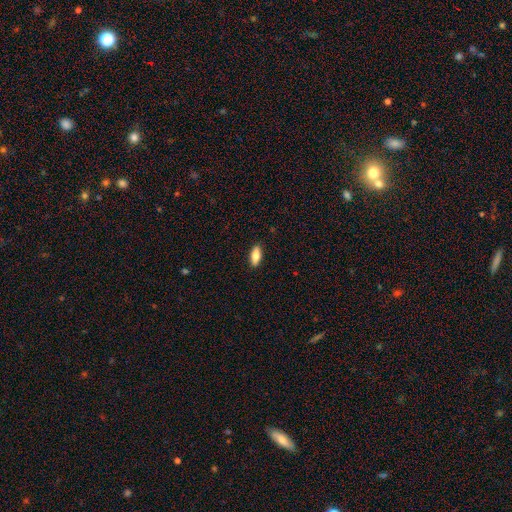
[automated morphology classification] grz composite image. It shows a smooth galaxy with no disk features (80%) that is in between round and cigar-shaped (76%). Merging: none (89%).